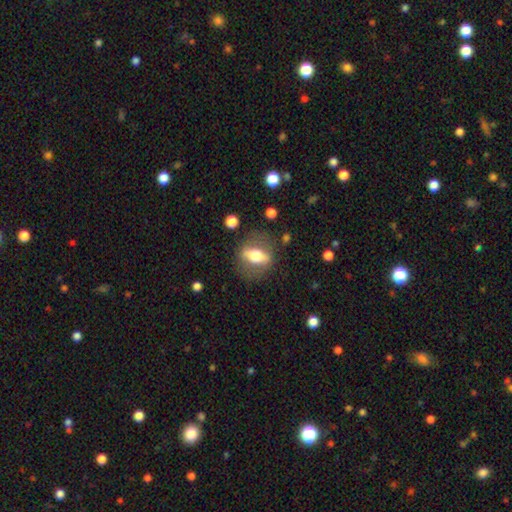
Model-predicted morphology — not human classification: This appears to be a featured or disk galaxy (51%). Merging: none (77%).